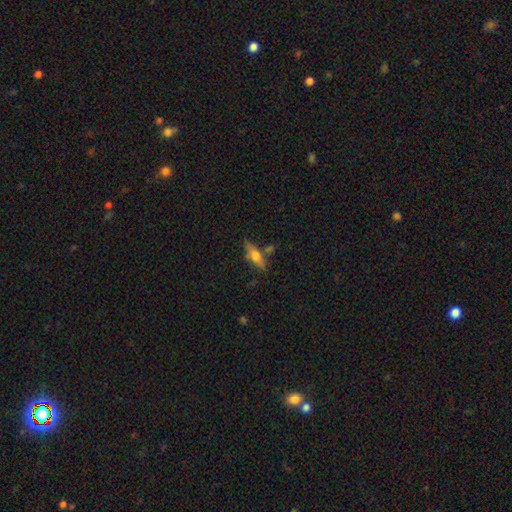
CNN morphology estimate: Smooth or featured?
  - smooth: 51% *
  - featured or disk: 42%
  - star or artifact: 7%
How rounded?
  - cigar-shaped: 52% *
  - in between: 44%
  - round: 3%
Merging?
  - none: 68% *
  - minor disturbance: 17%
  - merger: 10%
  - major disturbance: 5%